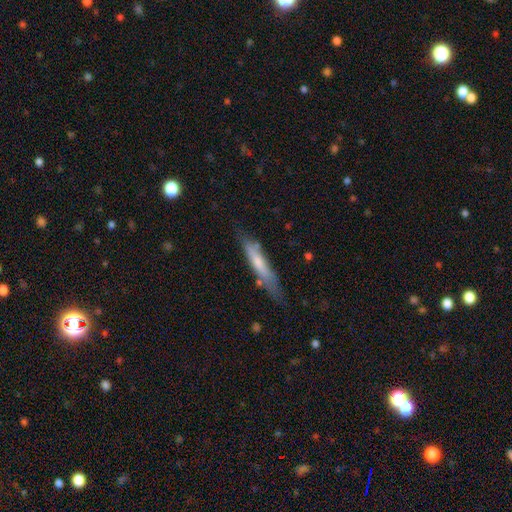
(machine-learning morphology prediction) Q: Smooth or featured?
A: featured or disk (50%); runner-up: smooth (40%)
Q: Edge-on disk?
A: yes (76%); runner-up: no (24%)
Q: Merging?
A: none (75%); runner-up: minor disturbance (19%)